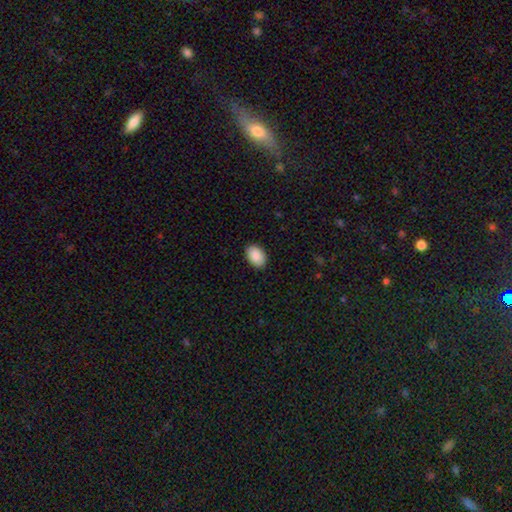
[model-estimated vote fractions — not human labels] smooth 90%, star or artifact 7%, featured or disk 4%. Down the decision tree: how rounded — in between (88%); merging — none (89%).